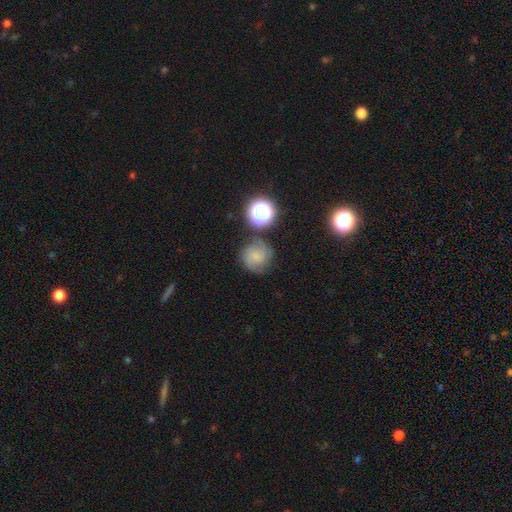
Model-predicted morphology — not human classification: A featured or disk galaxy (49%).

Vote fractions:
- Smooth or featured? featured or disk: 49% / smooth: 38% / star or artifact: 13%
- Merging? none: 69% / minor disturbance: 17% / major disturbance: 8% / merger: 6%